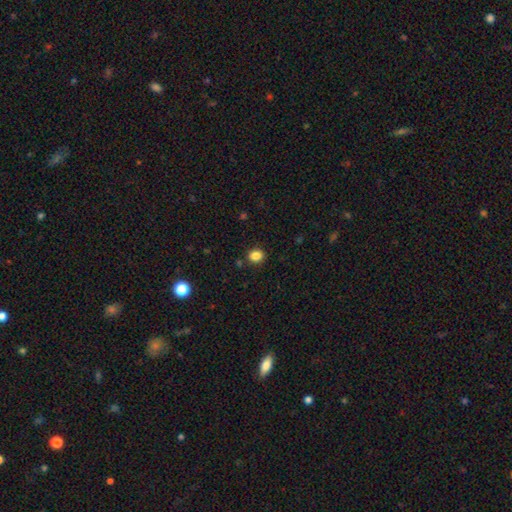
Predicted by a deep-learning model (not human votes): Smooth or featured: smooth — 85% (star or artifact — 11%)
How rounded: round — 68% (in between — 31%)
Merging: none — 87% (minor disturbance — 8%)